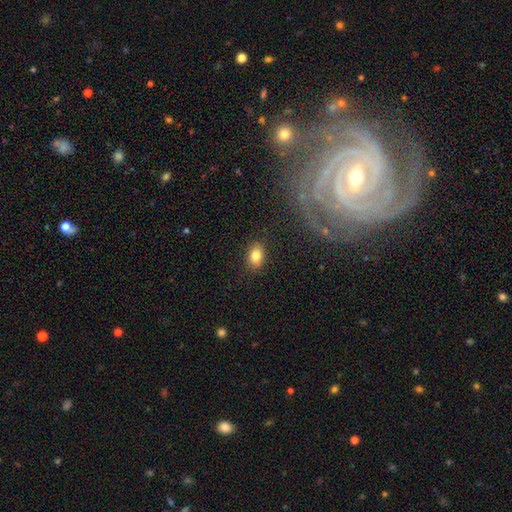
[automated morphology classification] Smooth or featured?
  - smooth: 82% *
  - star or artifact: 9%
  - featured or disk: 8%
How rounded?
  - in between: 74% *
  - round: 24%
  - cigar-shaped: 2%
Merging?
  - none: 85% *
  - minor disturbance: 11%
  - major disturbance: 3%
  - merger: 1%